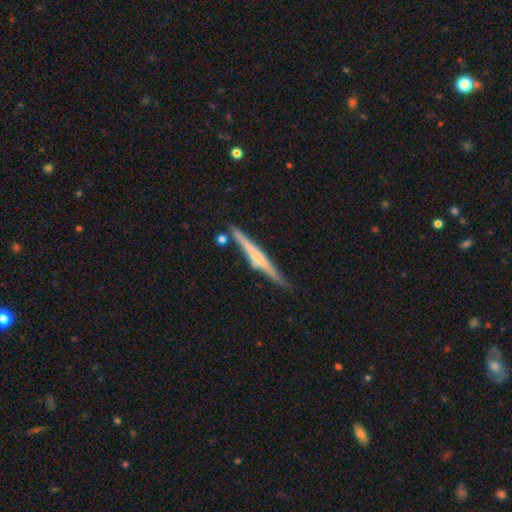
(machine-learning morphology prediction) The model was most divided on "edge-on bulge": rounded: 52%, none: 33%, boxy: 15%. More confident: edge-on disk — yes (98%); merging — none (80%); smooth or featured — featured or disk (67%).